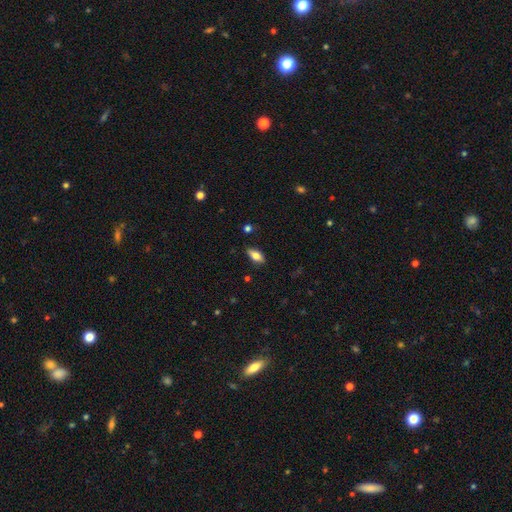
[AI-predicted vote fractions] A smooth galaxy with no disk features (73%) that is in between round and cigar-shaped (84%).

Vote fractions:
- Smooth or featured? smooth: 73% / featured or disk: 19% / star or artifact: 7%
- How rounded? in between: 84% / cigar-shaped: 13% / round: 3%
- Merging? none: 84% / minor disturbance: 13% / major disturbance: 2% / merger: 1%